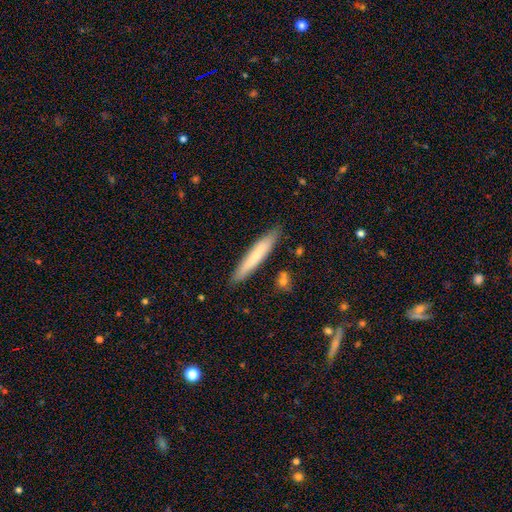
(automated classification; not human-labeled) Overall: smooth (71%). How rounded: cigar-shaped (93%). Merging: none (88%).